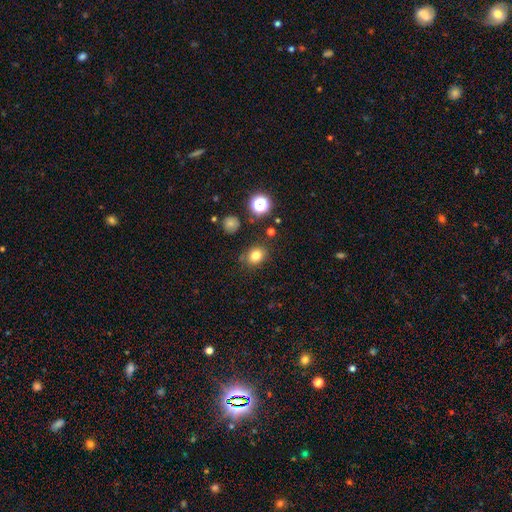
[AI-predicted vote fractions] Smooth or featured?
  - smooth: 78% *
  - star or artifact: 15%
  - featured or disk: 8%
How rounded?
  - round: 56% *
  - in between: 43%
  - cigar-shaped: 1%
Merging?
  - none: 81% *
  - minor disturbance: 12%
  - major disturbance: 4%
  - merger: 3%